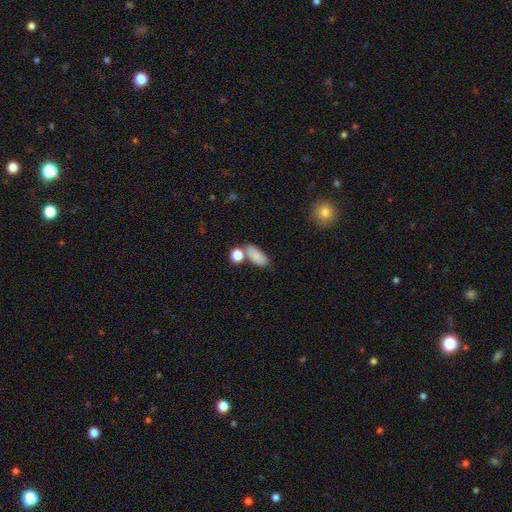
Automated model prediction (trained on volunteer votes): Q: Smooth or featured?
A: smooth (84%); runner-up: star or artifact (9%)
Q: How rounded?
A: in between (85%); runner-up: cigar-shaped (8%)
Q: Merging?
A: none (57%); runner-up: merger (22%)